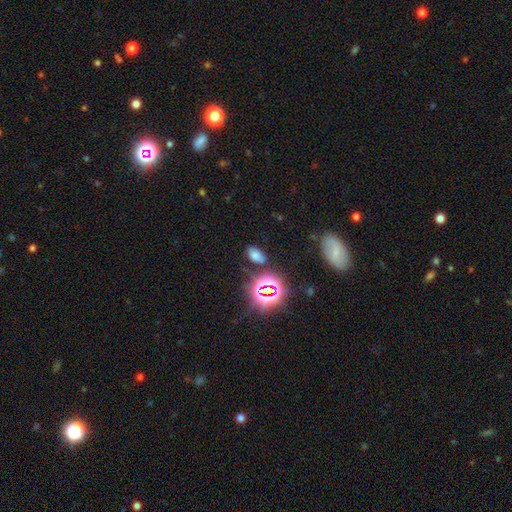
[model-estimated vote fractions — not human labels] Smooth or featured? smooth (59%)
How rounded? in between (90%)
Merging? none (79%)